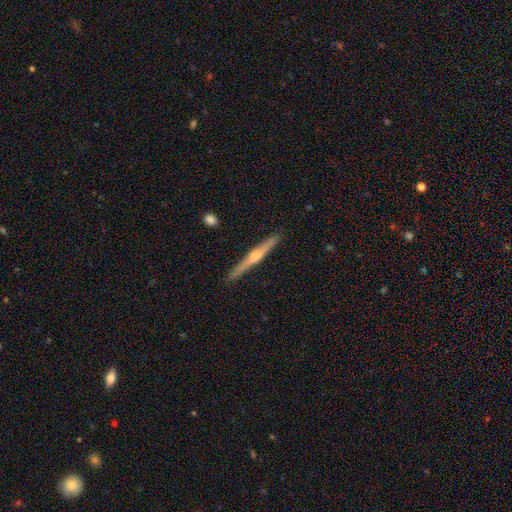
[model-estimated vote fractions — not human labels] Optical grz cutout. It shows a featured or disk galaxy (74%) viewed edge-on (98%) with a rounded central bulge (87%). Merging: none (91%).